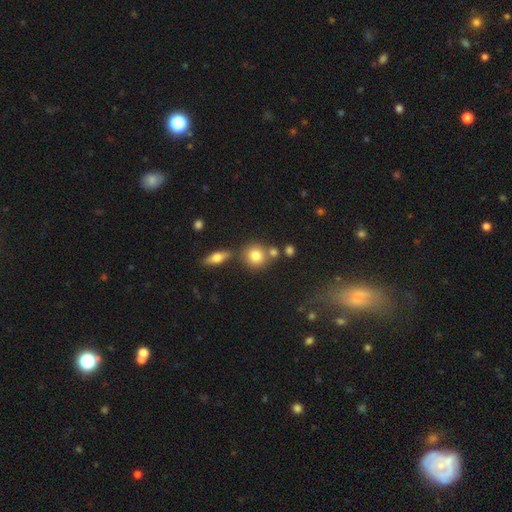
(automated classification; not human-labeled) Overall: smooth (79%). How rounded: round (86%). Merging: none (67%).